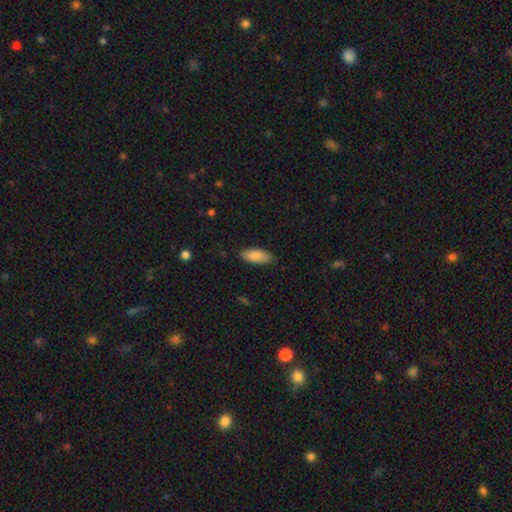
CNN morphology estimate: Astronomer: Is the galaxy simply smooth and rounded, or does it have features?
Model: smooth — 87%.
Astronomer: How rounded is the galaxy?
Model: in between — 83%.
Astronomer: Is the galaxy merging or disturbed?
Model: none — 84%.